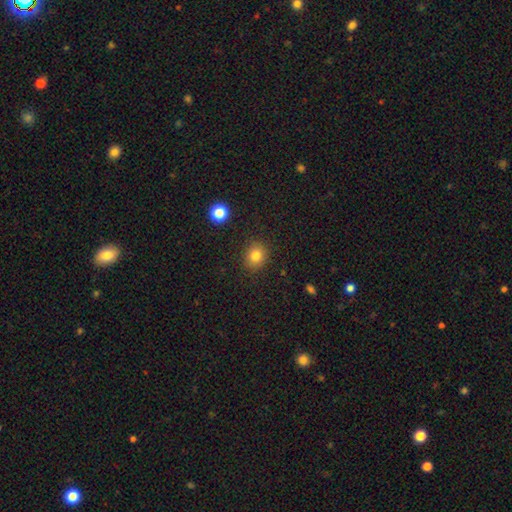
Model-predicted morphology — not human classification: A smooth galaxy with no disk features (82%) that is round (74%). Merging: none (88%).